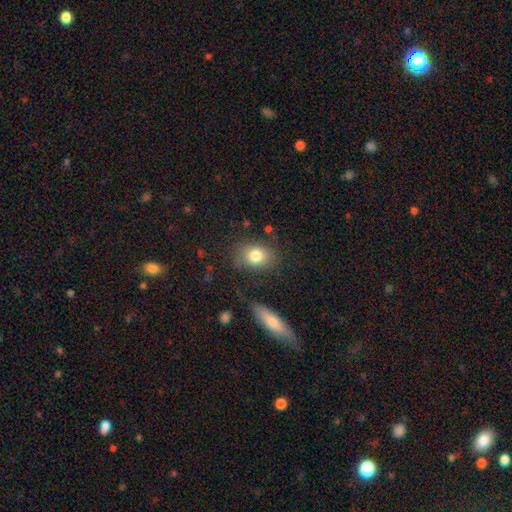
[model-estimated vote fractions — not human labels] Q: Smooth or featured?
A: smooth (80%); runner-up: featured or disk (12%)
Q: How rounded?
A: in between (60%); runner-up: round (38%)
Q: Merging?
A: none (75%); runner-up: minor disturbance (15%)